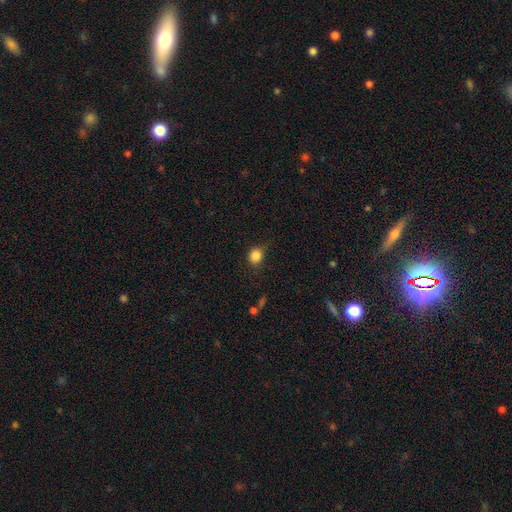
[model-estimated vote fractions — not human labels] Smooth or featured?
  - smooth: 84% *
  - star or artifact: 11%
  - featured or disk: 5%
How rounded?
  - round: 75% *
  - in between: 24%
  - cigar-shaped: 1%
Merging?
  - none: 65% *
  - minor disturbance: 26%
  - major disturbance: 7%
  - merger: 2%